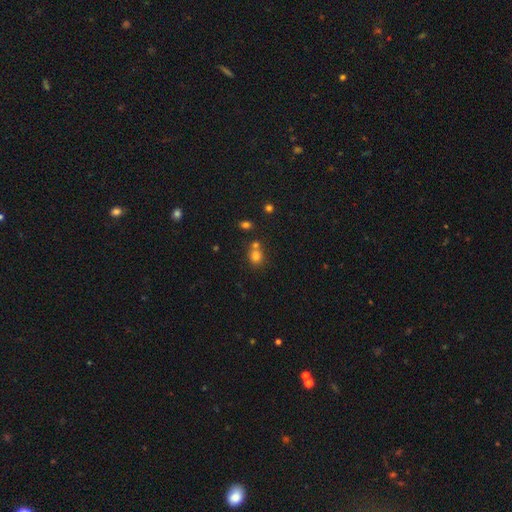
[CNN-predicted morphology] smooth-or-featured: smooth: 77% | star or artifact: 15% | featured or disk: 8%
  how-rounded: round: 73% | in between: 26% | cigar-shaped: 1%
  merging: none: 53% | merger: 34% | minor disturbance: 10% | major disturbance: 4%